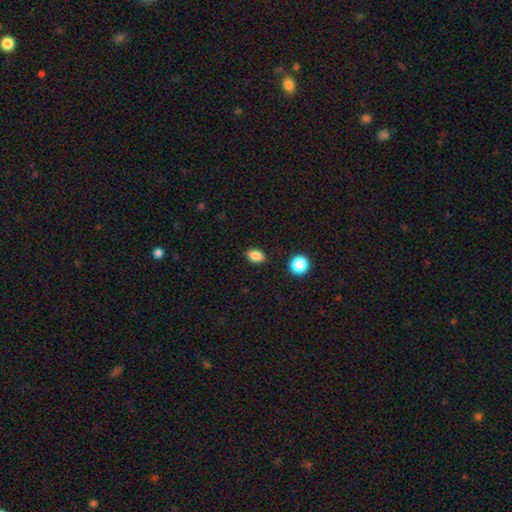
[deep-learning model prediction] Q: Smooth or featured?
A: smooth (85%); runner-up: star or artifact (10%)
Q: How rounded?
A: in between (77%); runner-up: round (21%)
Q: Merging?
A: none (87%); runner-up: minor disturbance (9%)